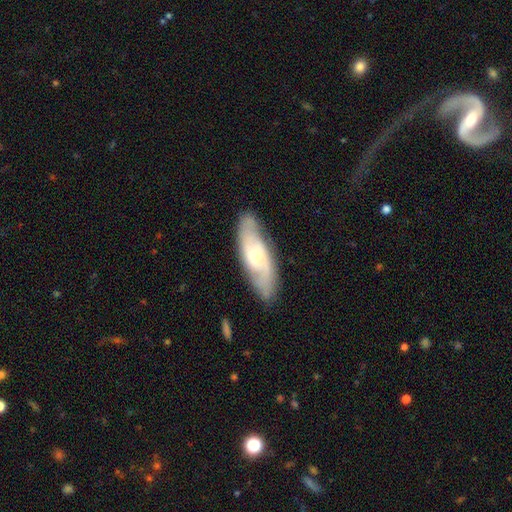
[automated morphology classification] Smooth or featured? Predicted: featured or disk (p=0.71). Edge-on disk? Predicted: no (p=0.84). Bar? Predicted: no (p=0.64). Spiral arms? Predicted: yes (p=0.89). Spiral winding? Predicted: medium (p=0.44). Spiral arm count? Predicted: 2 (p=0.74). Bulge size? Predicted: small (p=0.55). Merging? Predicted: none (p=0.82).